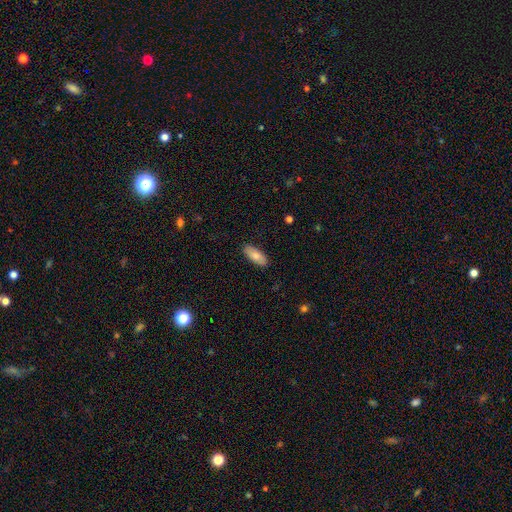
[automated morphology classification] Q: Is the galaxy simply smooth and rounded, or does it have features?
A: smooth — 79%.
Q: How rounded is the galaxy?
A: in between — 80%.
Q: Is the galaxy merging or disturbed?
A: none — 88%.